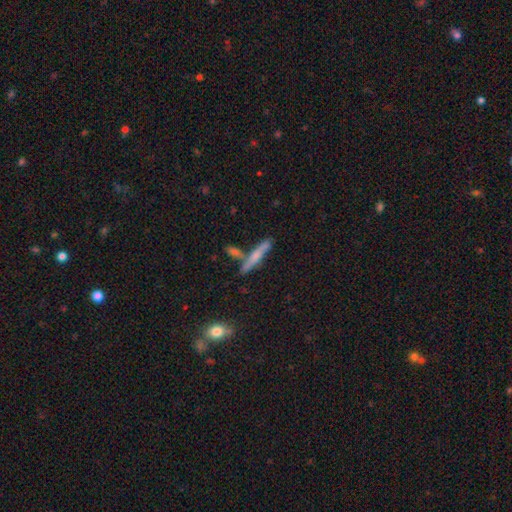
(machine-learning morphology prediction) A smooth galaxy with no disk features (48%). Merging: none (66%).